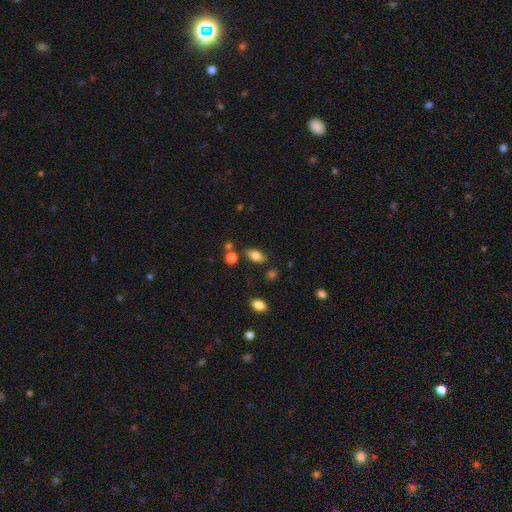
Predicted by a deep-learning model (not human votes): Morphology: type=smooth (78%); roundness=in between (88%); merging=none (78%).